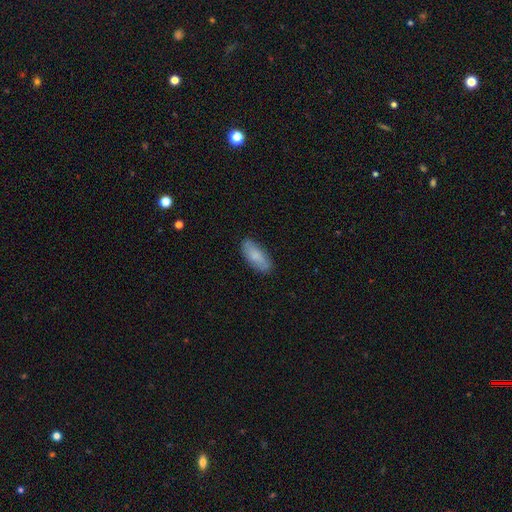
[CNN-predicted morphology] Smooth or featured?
  - smooth: 78% *
  - featured or disk: 16%
  - star or artifact: 6%
How rounded?
  - in between: 79% *
  - cigar-shaped: 19%
  - round: 2%
Merging?
  - none: 83% *
  - minor disturbance: 13%
  - major disturbance: 3%
  - merger: 1%